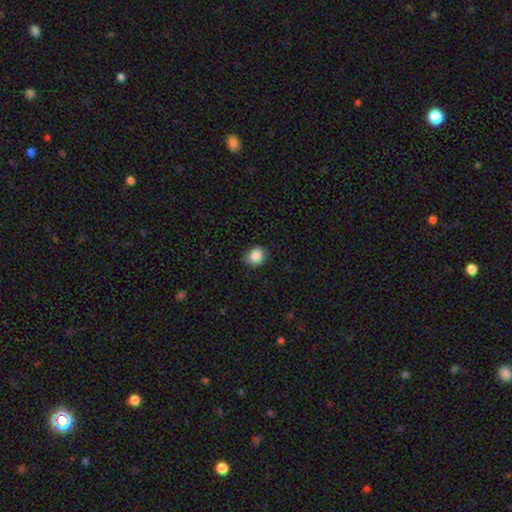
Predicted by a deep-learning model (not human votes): Smooth or featured?
  - smooth: 88% *
  - star or artifact: 9%
  - featured or disk: 4%
How rounded?
  - round: 65% *
  - in between: 34%
  - cigar-shaped: 1%
Merging?
  - none: 85% *
  - minor disturbance: 12%
  - major disturbance: 2%
  - merger: 1%